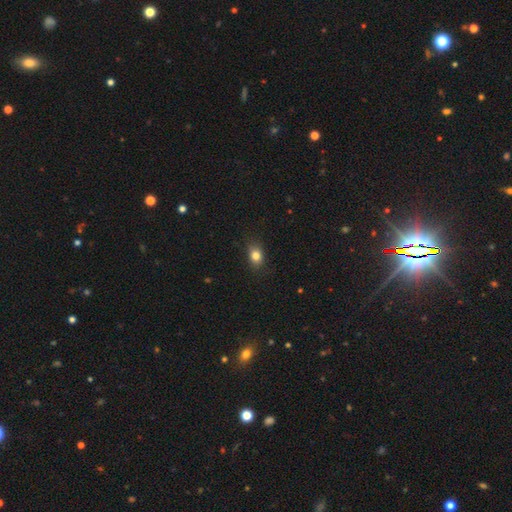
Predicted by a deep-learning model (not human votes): A smooth galaxy with no disk features (82%) that is in between round and cigar-shaped (60%). Merging: none (80%).